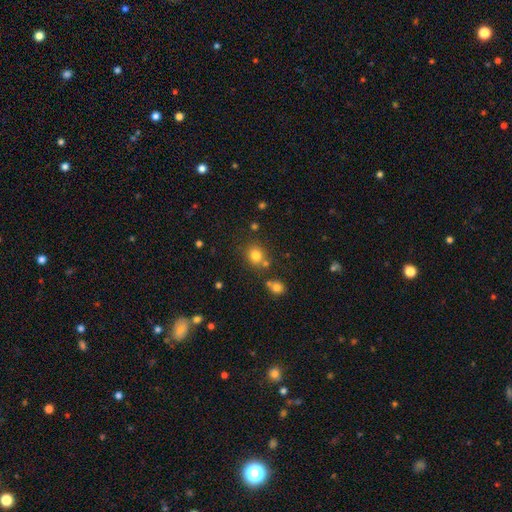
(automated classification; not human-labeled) Morphology: type=smooth (78%); roundness=round (76%); merging=none (72%).